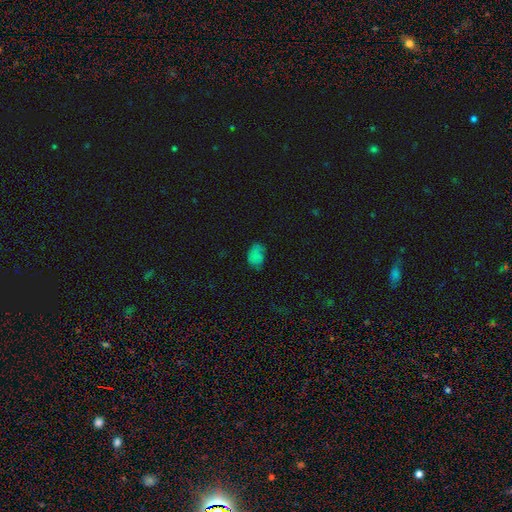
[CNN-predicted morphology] This appears to be a smooth galaxy with no disk features (68%) that is in between round and cigar-shaped (83%). Merging: none (52%).